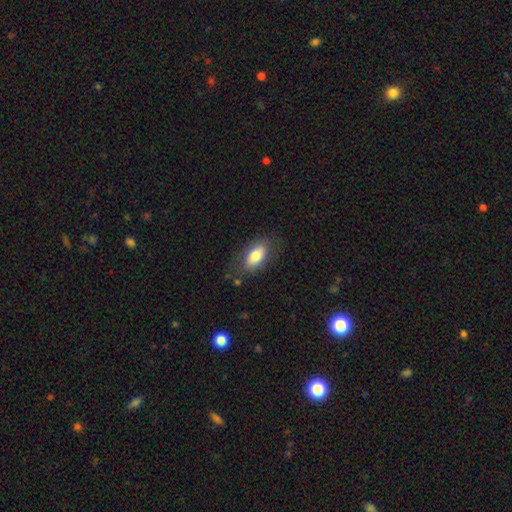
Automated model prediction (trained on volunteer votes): smooth-or-featured: smooth: 78% | featured or disk: 16% | star or artifact: 7%
  how-rounded: in between: 89% | cigar-shaped: 6% | round: 5%
  merging: none: 77% | minor disturbance: 16% | major disturbance: 6% | merger: 2%